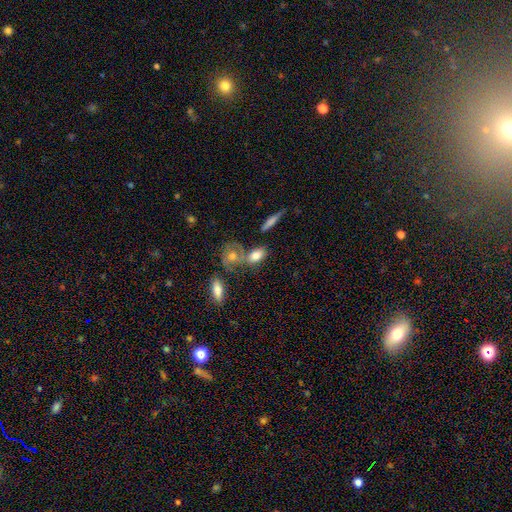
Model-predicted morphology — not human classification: smooth-or-featured: smooth: 73% | featured or disk: 18% | star or artifact: 9%
  how-rounded: in between: 80% | round: 13% | cigar-shaped: 7%
  merging: none: 45% | merger: 32% | minor disturbance: 16% | major disturbance: 8%